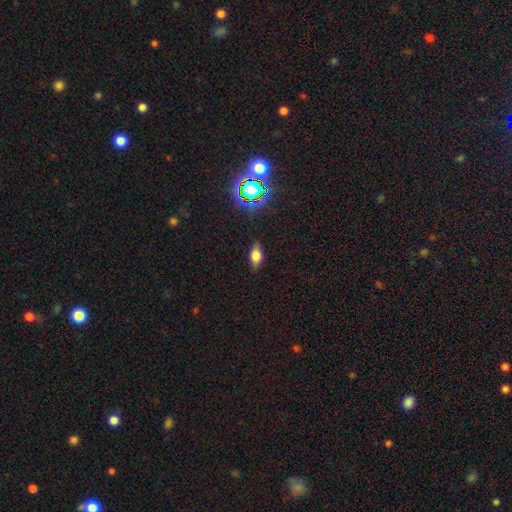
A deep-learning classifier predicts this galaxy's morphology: smooth_or_featured: smooth (p=0.66) [alt: featured or disk p=0.19]
how_rounded: in between (p=0.83) [alt: round p=0.10]
merging: none (p=0.82) [alt: minor disturbance p=0.13]